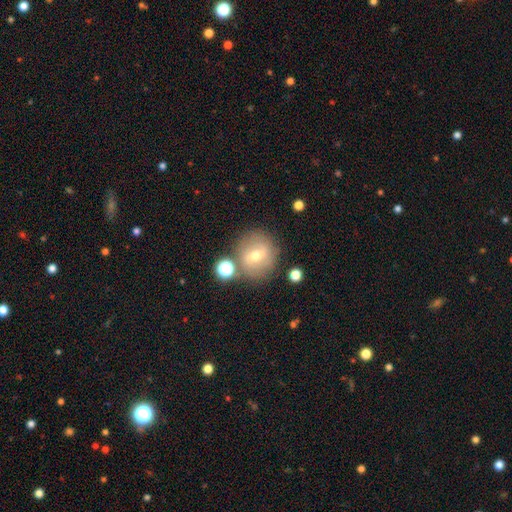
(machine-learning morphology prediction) This is possibly a smooth galaxy (47%). Merging: likely none (73%).